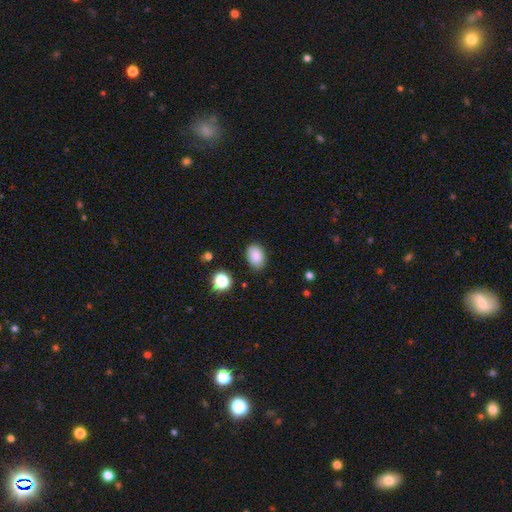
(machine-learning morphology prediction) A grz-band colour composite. It shows a smooth galaxy with no disk features (86%) that is in between round and cigar-shaped (80%). Merging: none (80%).